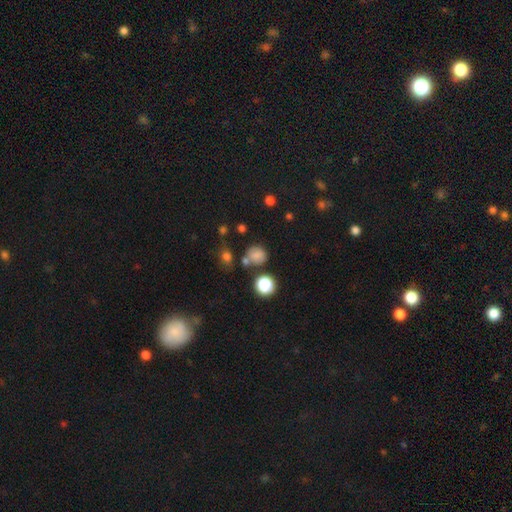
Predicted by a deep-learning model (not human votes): Smooth or featured? smooth (75%)
How rounded? round (76%)
Merging? none (65%)